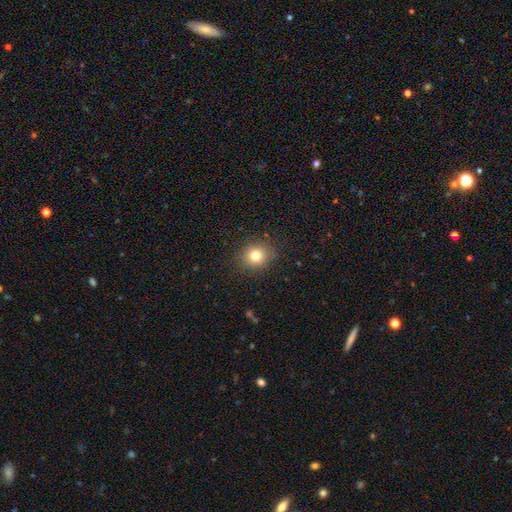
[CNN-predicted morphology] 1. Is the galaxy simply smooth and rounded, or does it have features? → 79% smooth, 13% star or artifact, 8% featured or disk.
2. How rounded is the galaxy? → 82% round, 18% in between, 1% cigar-shaped.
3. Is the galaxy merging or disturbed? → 88% none, 8% minor disturbance, 3% major disturbance, 1% merger.